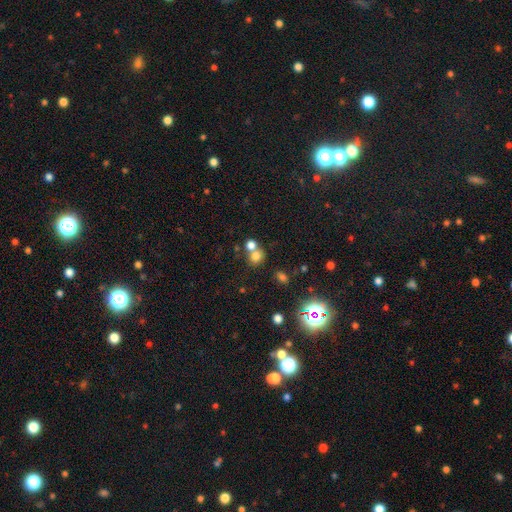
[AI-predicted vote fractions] The model was most divided on "merging": none: 45%, merger: 43%, minor disturbance: 8%, major disturbance: 4%. More confident: how rounded — round (73%); smooth or featured — smooth (73%).